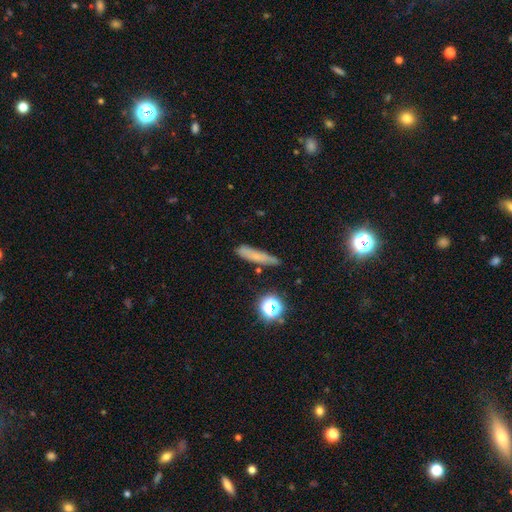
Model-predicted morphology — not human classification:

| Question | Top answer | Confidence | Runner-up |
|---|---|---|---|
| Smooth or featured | smooth | 63% | featured or disk (20%) |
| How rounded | cigar-shaped | 80% | in between (15%) |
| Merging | none | 71% | minor disturbance (21%) |